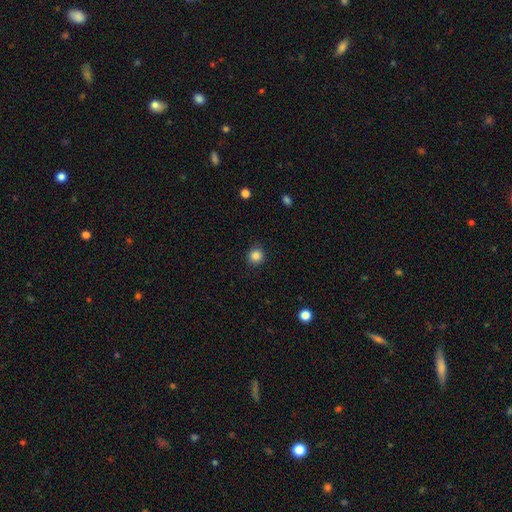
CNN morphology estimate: The model was most divided on "smooth or featured": smooth: 85%, star or artifact: 11%, featured or disk: 4%. More confident: how rounded — round (92%); merging — none (89%).